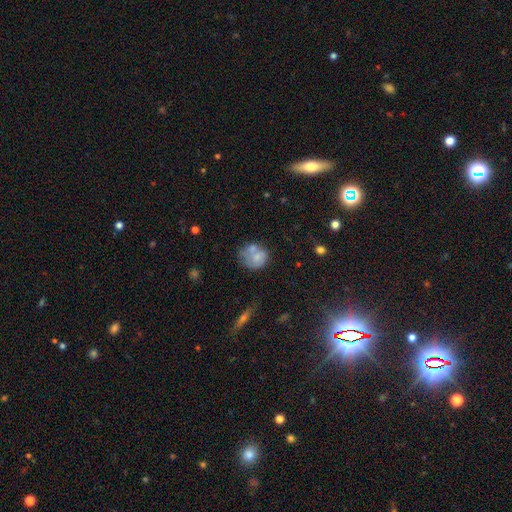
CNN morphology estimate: Overall: smooth (62%; featured or disk 28%). How rounded: round (66%; in between 33%). Merging: none (38%; merger 27%).